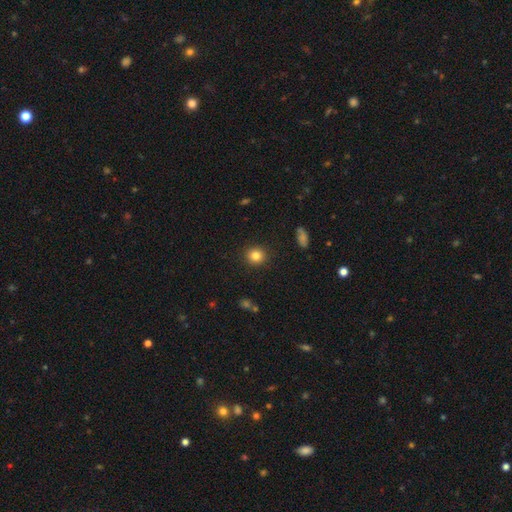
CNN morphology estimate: Smooth or featured: smooth — 83% (star or artifact — 11%)
How rounded: round — 89% (in between — 10%)
Merging: none — 90% (minor disturbance — 6%)